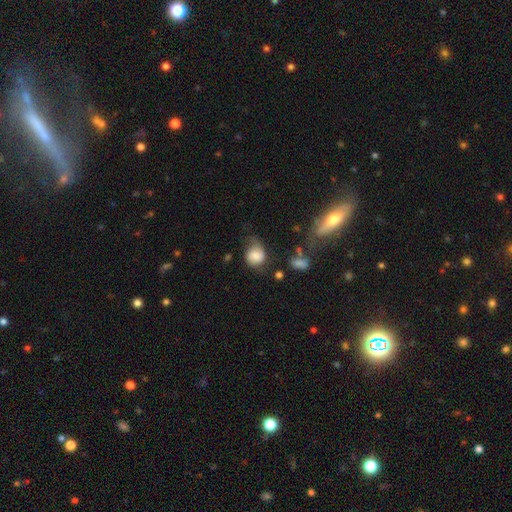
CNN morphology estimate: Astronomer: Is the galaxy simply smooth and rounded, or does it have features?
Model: smooth — 68%.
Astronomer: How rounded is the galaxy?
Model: round — 66%.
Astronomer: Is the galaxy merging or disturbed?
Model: none — 39% (runner-up: minor disturbance, 33%).